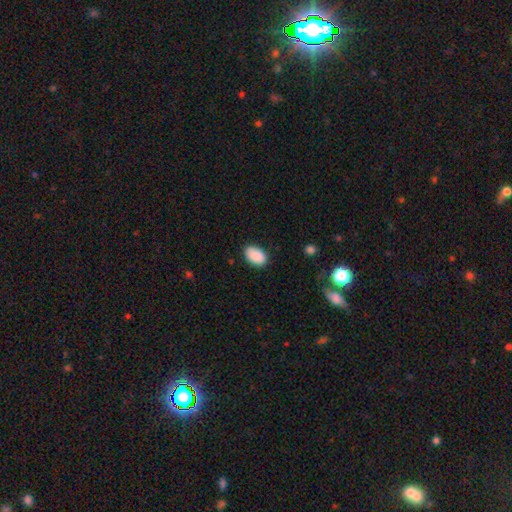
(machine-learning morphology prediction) Overall: smooth (90%). How rounded: in between (89%). Merging: none (83%).